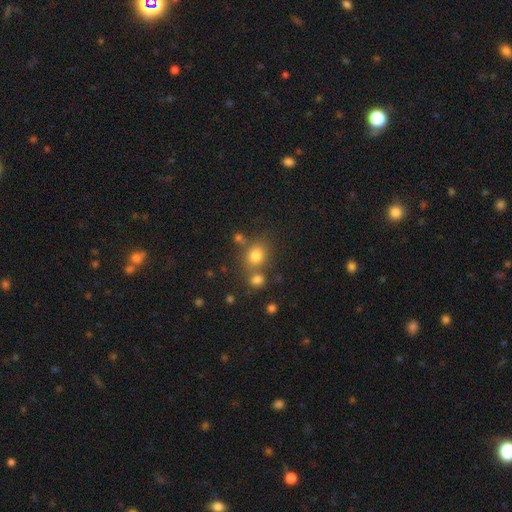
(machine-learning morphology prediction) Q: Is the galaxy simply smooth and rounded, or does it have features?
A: smooth — 77%.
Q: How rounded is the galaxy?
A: round — 65%.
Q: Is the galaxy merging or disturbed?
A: none — 62%.